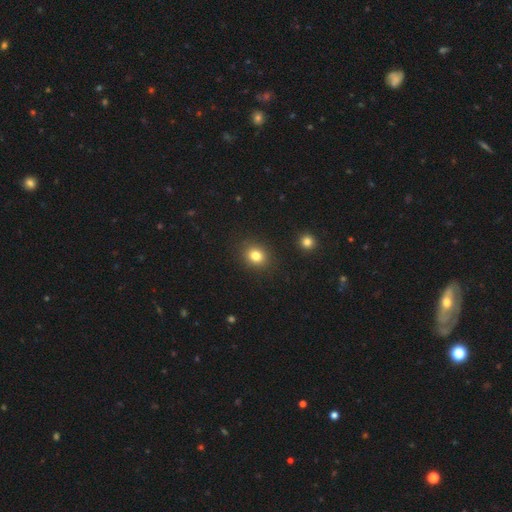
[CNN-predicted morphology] smooth_or_featured: smooth (p=0.82) [alt: star or artifact p=0.12]
how_rounded: round (p=0.64) [alt: in between p=0.35]
merging: none (p=0.89) [alt: minor disturbance p=0.07]